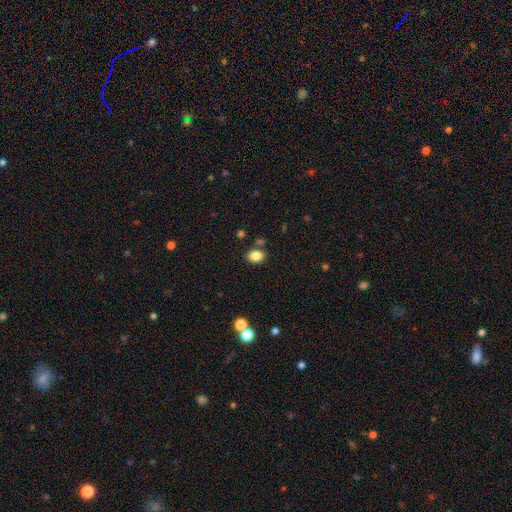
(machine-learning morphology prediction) type=smooth (85%); roundness=in between (70%); merging=none (77%).